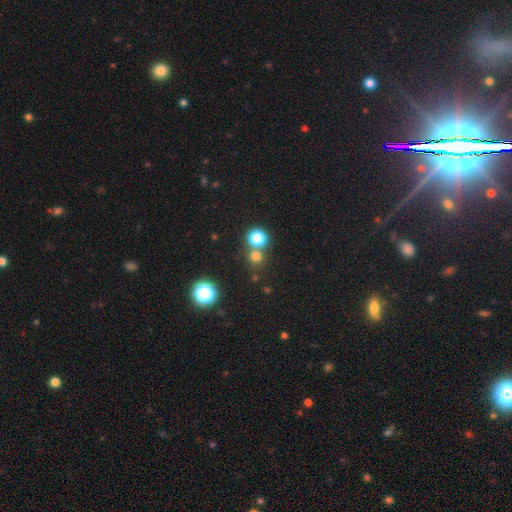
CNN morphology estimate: Smooth or featured?
  - smooth: 73% *
  - star or artifact: 21%
  - featured or disk: 7%
How rounded?
  - round: 91% *
  - in between: 8%
  - cigar-shaped: 1%
Merging?
  - none: 62% *
  - merger: 30%
  - minor disturbance: 6%
  - major disturbance: 3%